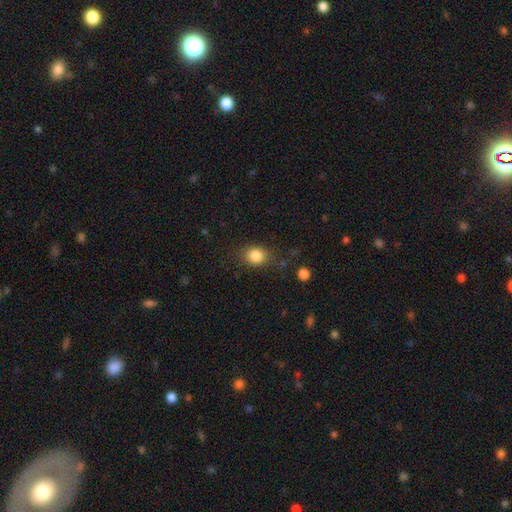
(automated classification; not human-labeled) Q: Smooth or featured?
A: smooth (84%); runner-up: star or artifact (10%)
Q: How rounded?
A: round (61%); runner-up: in between (38%)
Q: Merging?
A: none (78%); runner-up: minor disturbance (14%)